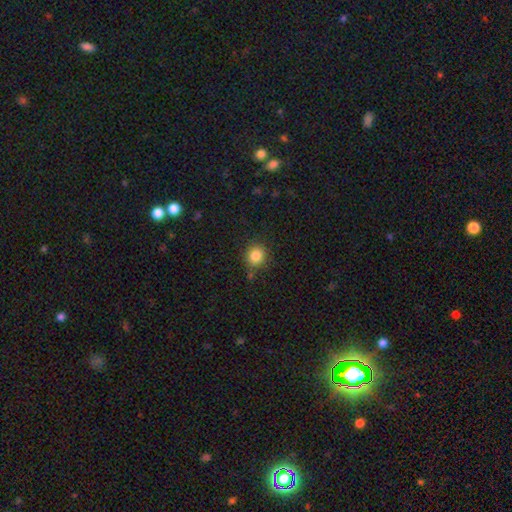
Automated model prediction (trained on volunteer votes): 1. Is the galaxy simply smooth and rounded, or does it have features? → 84% smooth, 11% star or artifact, 5% featured or disk.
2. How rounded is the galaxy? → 86% round, 13% in between, 1% cigar-shaped.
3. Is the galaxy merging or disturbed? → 82% none, 11% minor disturbance, 4% merger, 3% major disturbance.